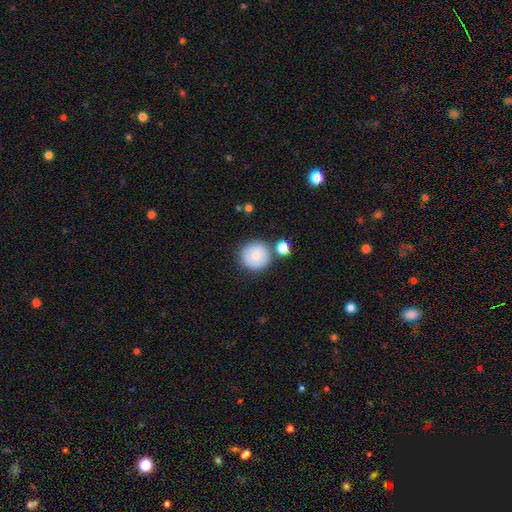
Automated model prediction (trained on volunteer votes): A smooth galaxy with no disk features (81%) that is round (94%).

Vote fractions:
- Smooth or featured? smooth: 81% / featured or disk: 12% / star or artifact: 7%
- How rounded? round: 94% / in between: 5% / cigar-shaped: 1%
- Merging? none: 75% / merger: 11% / minor disturbance: 11% / major disturbance: 3%